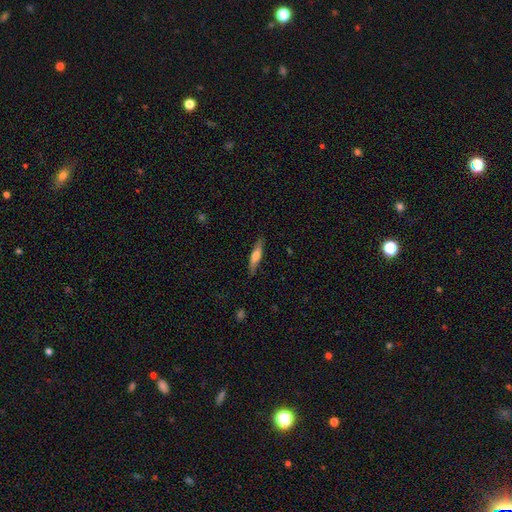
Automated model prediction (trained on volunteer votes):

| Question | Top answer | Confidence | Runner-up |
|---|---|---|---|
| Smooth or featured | smooth | 61% | featured or disk (33%) |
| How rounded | cigar-shaped | 80% | in between (18%) |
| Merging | none | 83% | minor disturbance (13%) |